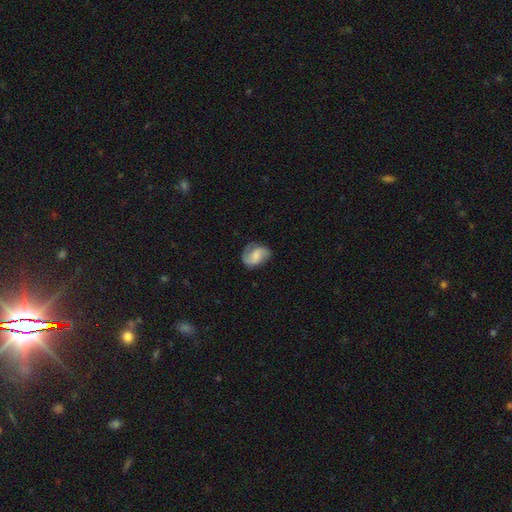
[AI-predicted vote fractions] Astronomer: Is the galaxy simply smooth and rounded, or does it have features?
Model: featured or disk — 61%.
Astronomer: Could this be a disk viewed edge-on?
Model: no — 98%.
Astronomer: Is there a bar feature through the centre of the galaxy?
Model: weak — 45% (runner-up: no, 42%).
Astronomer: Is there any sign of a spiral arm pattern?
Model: yes — 92%.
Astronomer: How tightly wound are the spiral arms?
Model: medium — 45% (runner-up: loose, 31%).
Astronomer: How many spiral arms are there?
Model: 2 — 80%.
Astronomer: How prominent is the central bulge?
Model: small — 30% (runner-up: none, 29%).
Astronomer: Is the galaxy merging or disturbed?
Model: none — 68%.